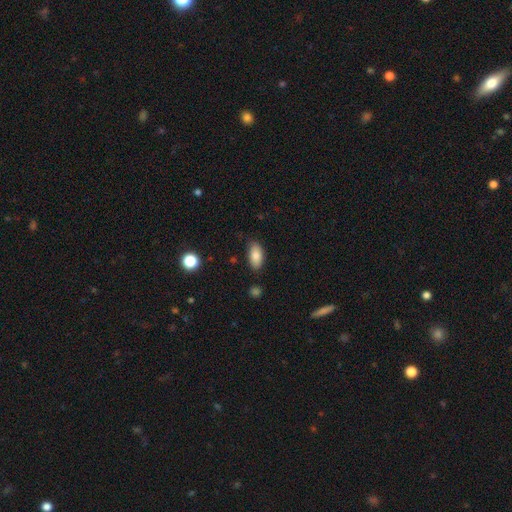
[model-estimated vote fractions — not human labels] A smooth galaxy with no disk features (84%) that is in between round and cigar-shaped (91%). Merging: none (81%).